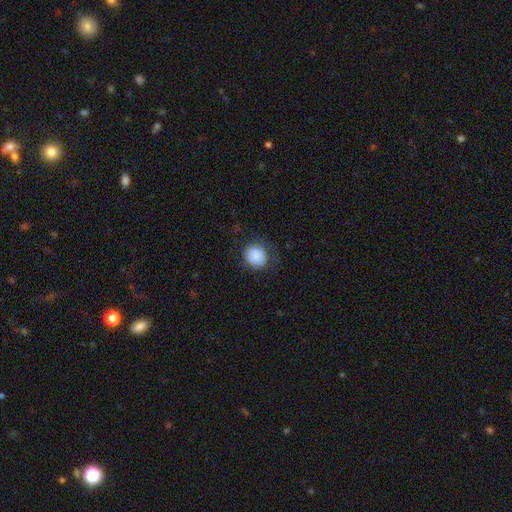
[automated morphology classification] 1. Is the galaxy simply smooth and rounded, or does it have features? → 84% smooth, 8% featured or disk, 8% star or artifact.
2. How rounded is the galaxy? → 82% round, 17% in between, 1% cigar-shaped.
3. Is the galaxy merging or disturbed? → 67% none, 20% minor disturbance, 12% major disturbance, 1% merger.